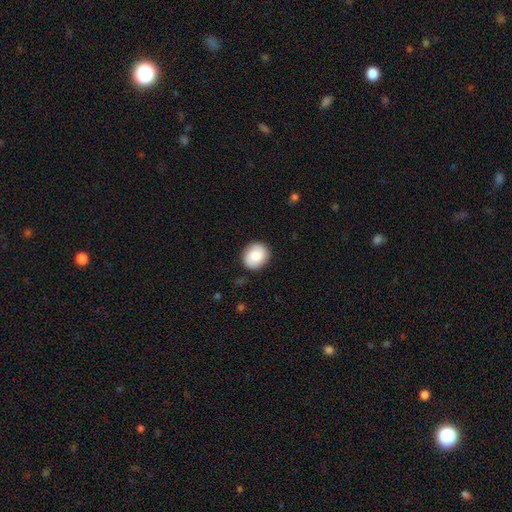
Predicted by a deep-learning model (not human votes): Smooth or featured?
  - smooth: 78% *
  - featured or disk: 15%
  - star or artifact: 7%
How rounded?
  - round: 76% *
  - in between: 23%
  - cigar-shaped: 1%
Merging?
  - none: 87% *
  - minor disturbance: 9%
  - major disturbance: 2%
  - merger: 1%